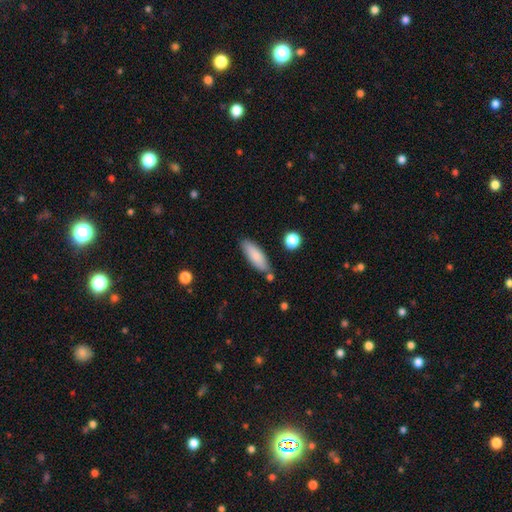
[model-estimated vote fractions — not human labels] A smooth galaxy with no disk features (83%) that is in between round and cigar-shaped (55%).

Vote fractions:
- Smooth or featured? smooth: 83% / featured or disk: 11% / star or artifact: 6%
- How rounded? in between: 55% / cigar-shaped: 43% / round: 2%
- Merging? none: 77% / minor disturbance: 14% / merger: 6% / major disturbance: 3%